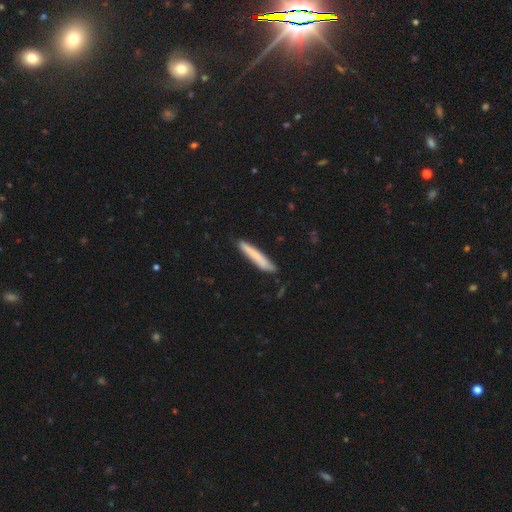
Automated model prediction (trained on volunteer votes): Morphology: type=smooth (74%); roundness=cigar-shaped (94%); merging=none (83%).